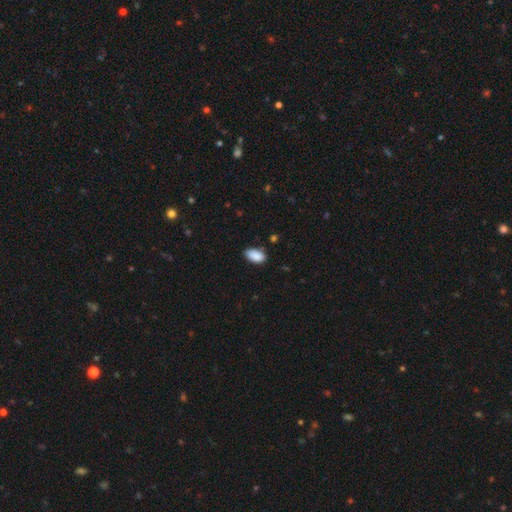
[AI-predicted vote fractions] Smooth or featured? smooth (89%)
How rounded? in between (94%)
Merging? none (80%)